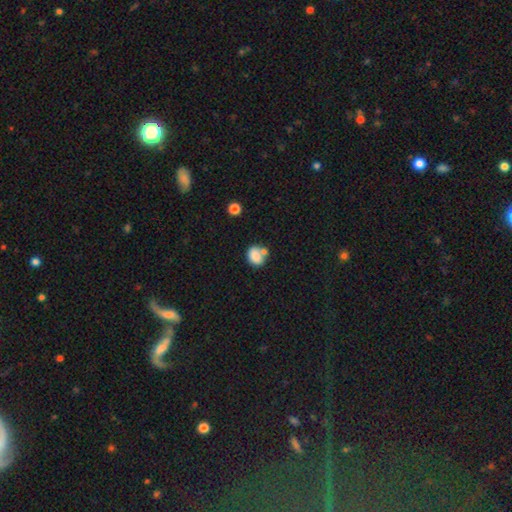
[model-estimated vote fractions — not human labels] smooth-or-featured: smooth: 80% | featured or disk: 11% | star or artifact: 9%
  how-rounded: in between: 50% | round: 49% | cigar-shaped: 1%
  merging: none: 44% | merger: 34% | minor disturbance: 16% | major disturbance: 6%